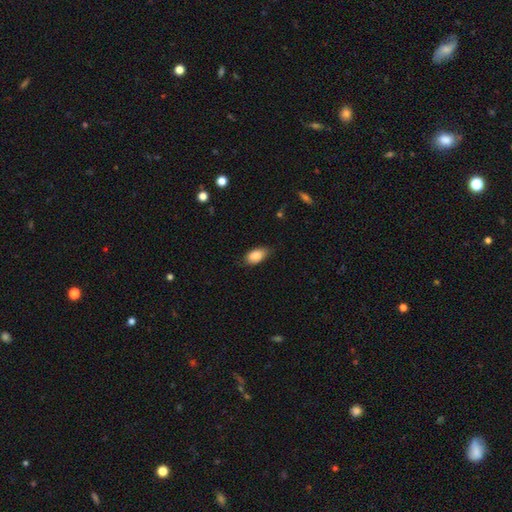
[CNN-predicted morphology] Overall: smooth (87%). How rounded: in between (92%). Merging: none (74%).